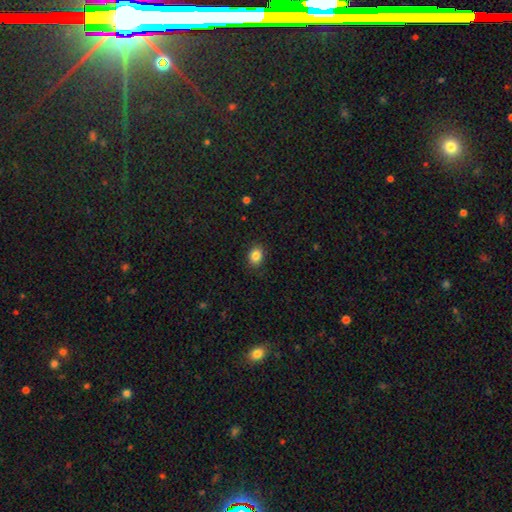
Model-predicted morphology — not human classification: Smooth or featured? smooth (85%)
How rounded? in between (64%)
Merging? none (89%)